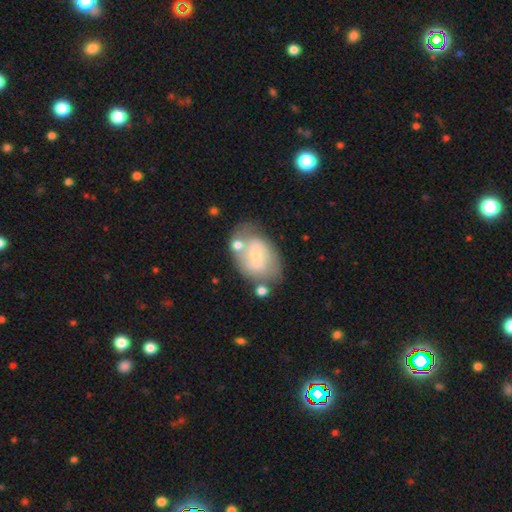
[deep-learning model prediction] Smooth or featured? Predicted: featured or disk (p=0.61). Edge-on disk? Predicted: no (p=0.96). Bar? Predicted: weak (p=0.45). Spiral arms? Predicted: yes (p=0.75). Bulge size? Predicted: small (p=0.66). Merging? Predicted: none (p=0.60).